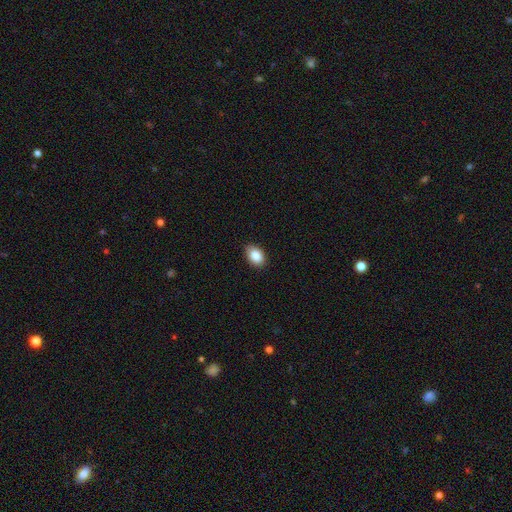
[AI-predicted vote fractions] A smooth galaxy with no disk features (87%) that is in between round and cigar-shaped (81%).

Vote fractions:
- Smooth or featured? smooth: 87% / star or artifact: 8% / featured or disk: 5%
- How rounded? in between: 81% / round: 17% / cigar-shaped: 1%
- Merging? none: 82% / minor disturbance: 15% / major disturbance: 2% / merger: 1%